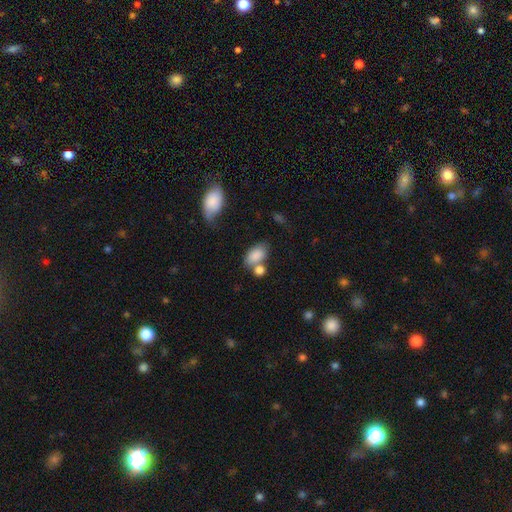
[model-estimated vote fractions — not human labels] Smooth or featured? Predicted: smooth (p=0.84). How rounded? Predicted: in between (p=0.88). Merging? Predicted: none (p=0.45).